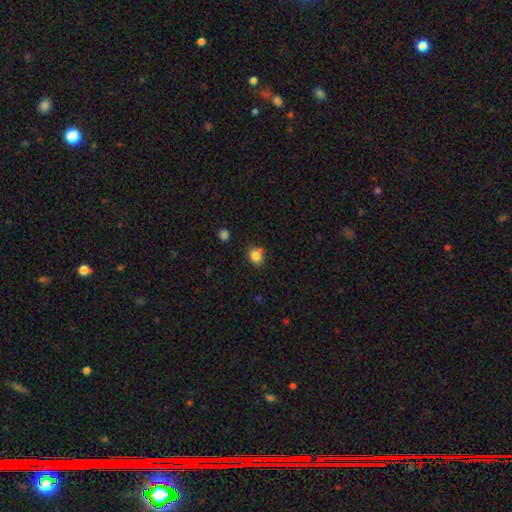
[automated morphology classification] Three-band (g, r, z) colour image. It shows a smooth galaxy with no disk features (83%) that is round (63%). Merging: none (70%).